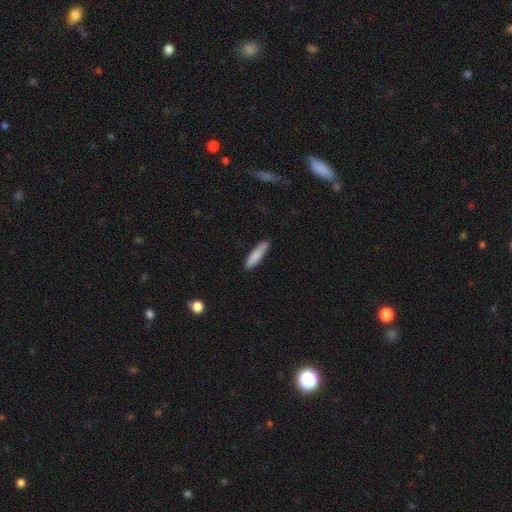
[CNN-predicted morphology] Smooth or featured? Predicted: smooth (p=0.84). How rounded? Predicted: cigar-shaped (p=0.70). Merging? Predicted: none (p=0.75).